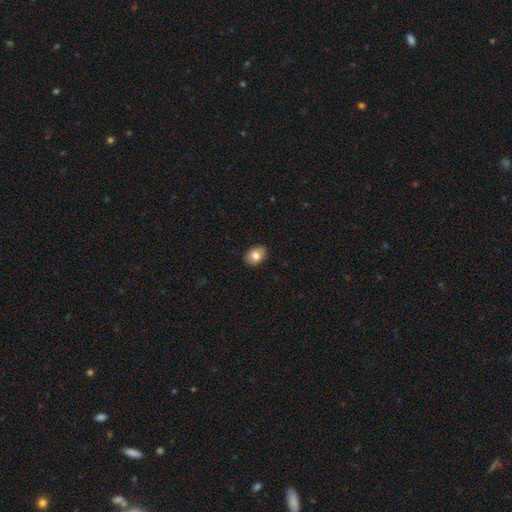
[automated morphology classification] A smooth galaxy with no disk features (80%) that is in between round and cigar-shaped (75%). Merging: none (90%).